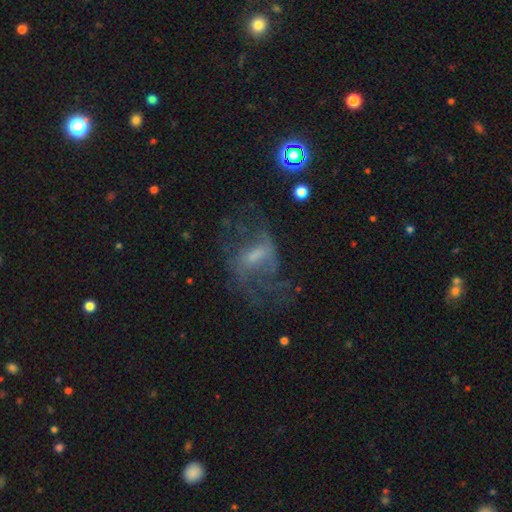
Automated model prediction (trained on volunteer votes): Smooth or featured: featured or disk — 68% (smooth — 18%)
Edge-on disk: no — 96% (yes — 4%)
Bar: weak — 49% (no — 34%)
Spiral arms: yes — 70% (no — 30%)
Bulge size: small — 35% (moderate — 33%)
Merging: none — 45% (major disturbance — 35%)